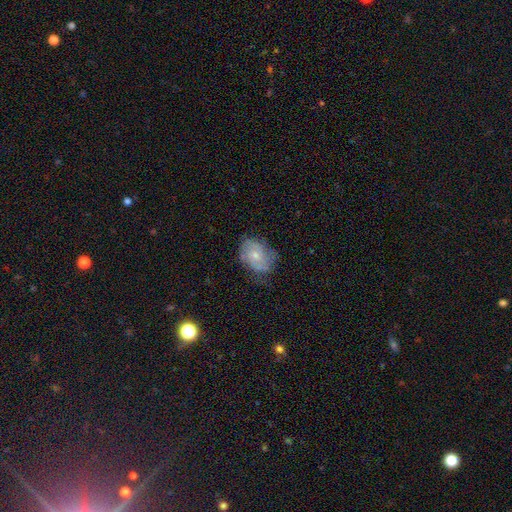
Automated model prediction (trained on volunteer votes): Morphology: type=featured or disk (59%); edge-on=no (97%); bar=no (72%); spiral arms=yes (83%); bulge=small (57%); merging=none (59%).